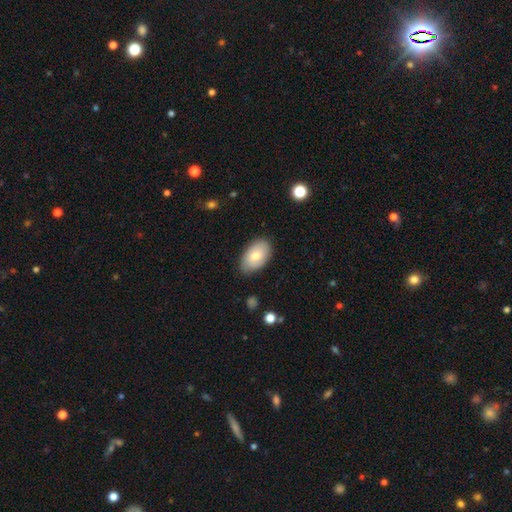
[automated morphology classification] smooth_or_featured: smooth (p=0.74) [alt: featured or disk p=0.19]
how_rounded: in between (p=0.93) [alt: round p=0.06]
merging: none (p=0.80) [alt: minor disturbance p=0.16]